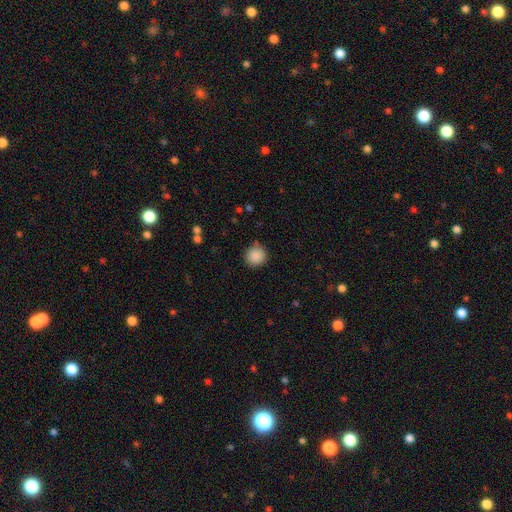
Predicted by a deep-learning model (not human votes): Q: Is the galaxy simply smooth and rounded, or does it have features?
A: smooth — 88%.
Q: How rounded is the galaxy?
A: round — 92%.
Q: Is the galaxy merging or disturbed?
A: none — 84%.